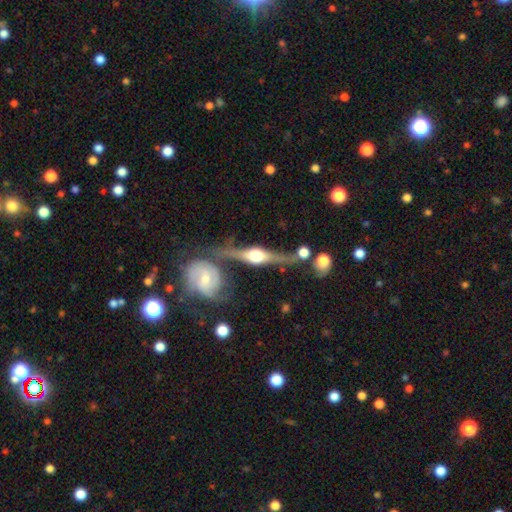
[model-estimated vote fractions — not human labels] smooth_or_featured: featured or disk (p=0.86) [alt: smooth p=0.10]
disk_edge_on: yes (p=0.91) [alt: no p=0.09]
edge_on_bulge: rounded (p=0.93) [alt: boxy p=0.05]
merging: none (p=0.56) [alt: merger p=0.19]